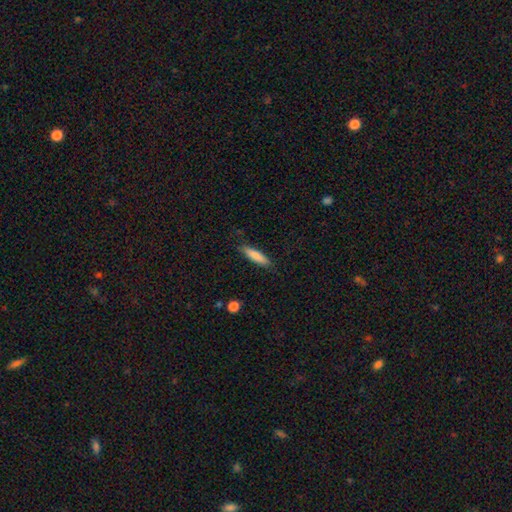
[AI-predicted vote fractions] Morphology: type=smooth (83%); roundness=cigar-shaped (80%); merging=none (85%).